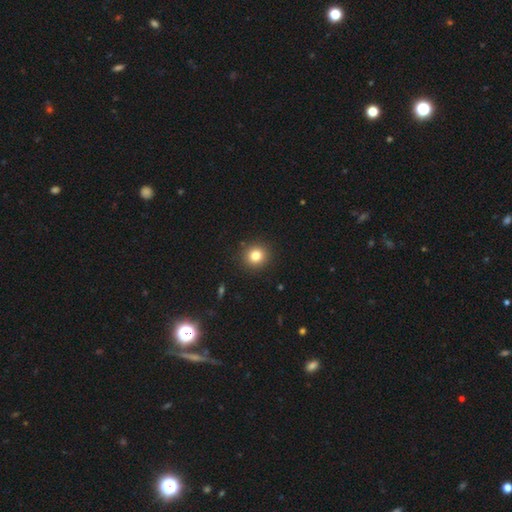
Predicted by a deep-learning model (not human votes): Morphology: type=smooth (81%); roundness=round (91%); merging=none (91%).